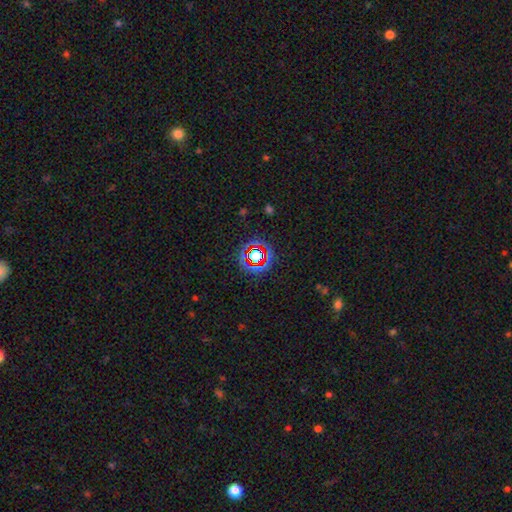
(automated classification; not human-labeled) Morphology: type=star or artifact (69%).